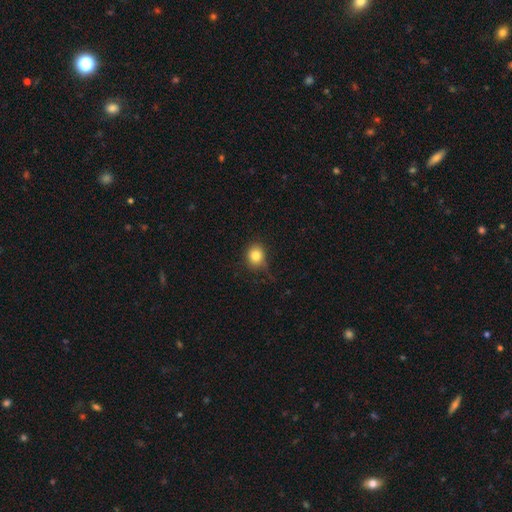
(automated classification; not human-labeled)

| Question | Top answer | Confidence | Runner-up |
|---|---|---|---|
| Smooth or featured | smooth | 82% | star or artifact (11%) |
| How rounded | round | 76% | in between (23%) |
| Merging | none | 71% | minor disturbance (22%) |